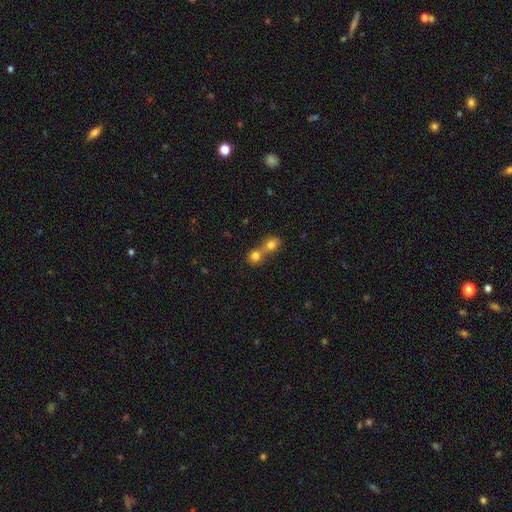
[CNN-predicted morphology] Smooth or featured? smooth (78%)
How rounded? round (76%)
Merging? merger (65%)